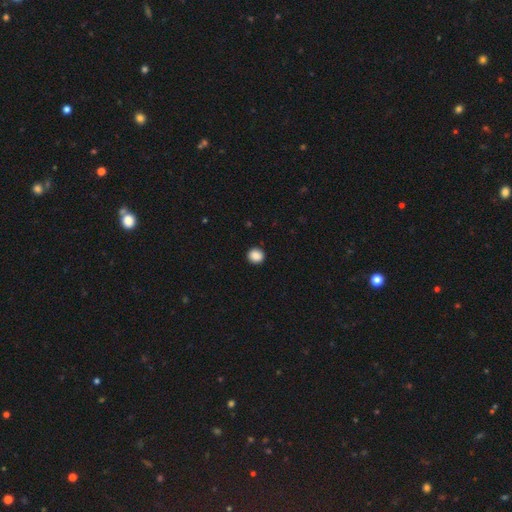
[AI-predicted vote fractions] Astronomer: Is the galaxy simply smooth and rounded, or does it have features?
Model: smooth — 88%.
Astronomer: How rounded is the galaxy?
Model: round — 87%.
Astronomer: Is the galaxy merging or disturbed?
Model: none — 91%.